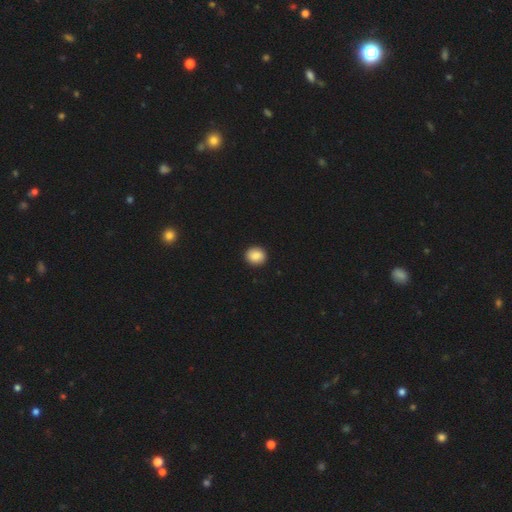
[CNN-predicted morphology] type=smooth (87%); roundness=round (79%); merging=none (92%).